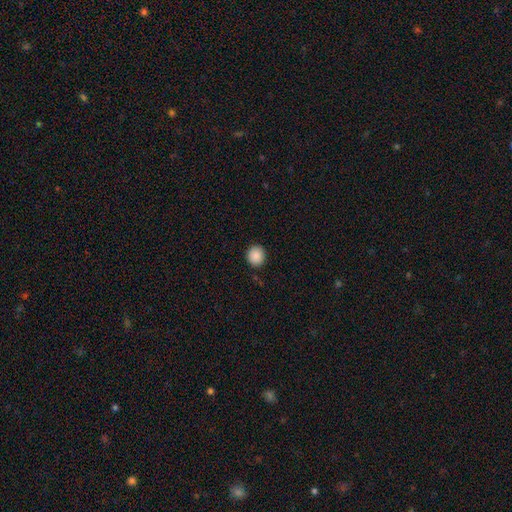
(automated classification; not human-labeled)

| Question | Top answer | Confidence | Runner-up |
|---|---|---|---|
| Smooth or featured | smooth | 89% | star or artifact (9%) |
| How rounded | round | 87% | in between (12%) |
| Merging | none | 90% | minor disturbance (6%) |